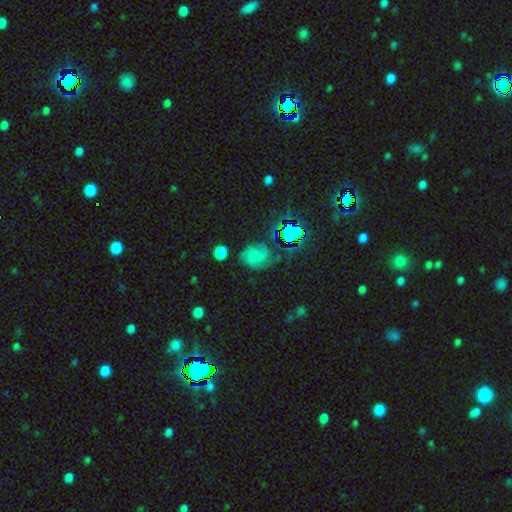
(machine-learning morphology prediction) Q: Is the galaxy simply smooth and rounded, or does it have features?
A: smooth — 47%.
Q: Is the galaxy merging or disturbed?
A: none — 46%.